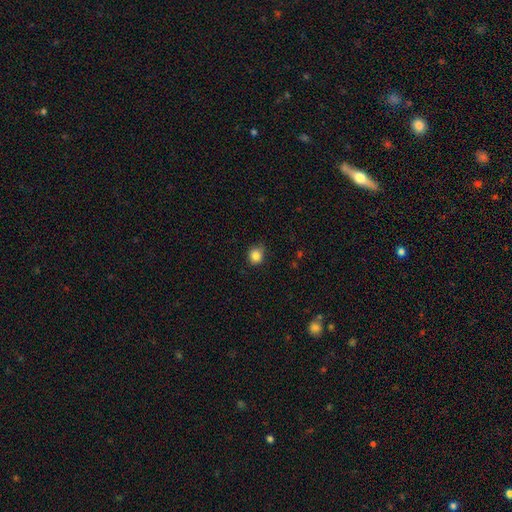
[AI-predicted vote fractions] Morphology: type=smooth (84%); roundness=round (78%); merging=none (74%).